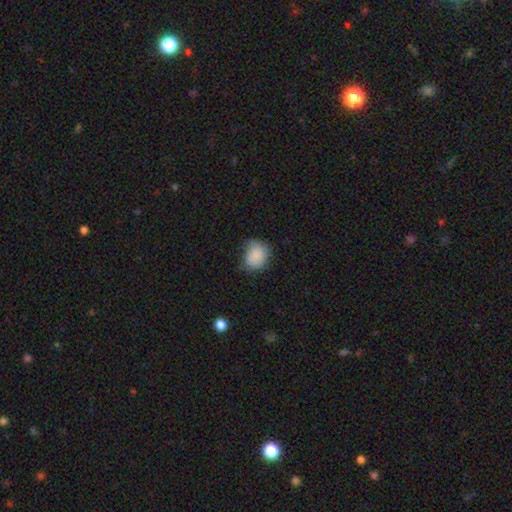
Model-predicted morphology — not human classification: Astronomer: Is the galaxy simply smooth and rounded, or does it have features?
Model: smooth — 84%.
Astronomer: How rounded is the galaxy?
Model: round — 60% (runner-up: in between, 40%).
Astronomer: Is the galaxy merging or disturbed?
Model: none — 54% (runner-up: minor disturbance, 34%).